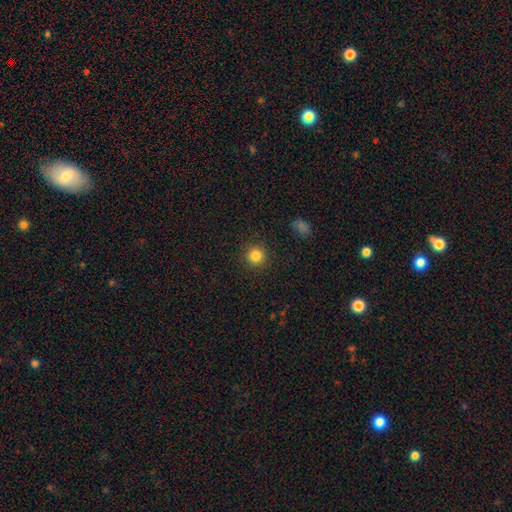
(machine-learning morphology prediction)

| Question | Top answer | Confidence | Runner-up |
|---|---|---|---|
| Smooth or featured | smooth | 84% | star or artifact (11%) |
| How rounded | round | 94% | in between (5%) |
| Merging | none | 91% | minor disturbance (6%) |